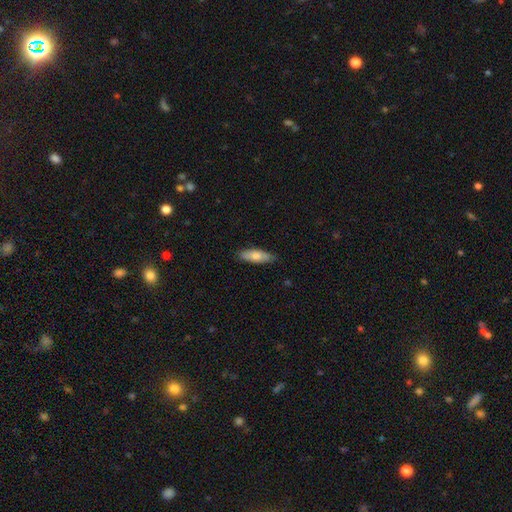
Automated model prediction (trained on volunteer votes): Morphology: type=smooth (68%); roundness=in between (56%); merging=none (83%).